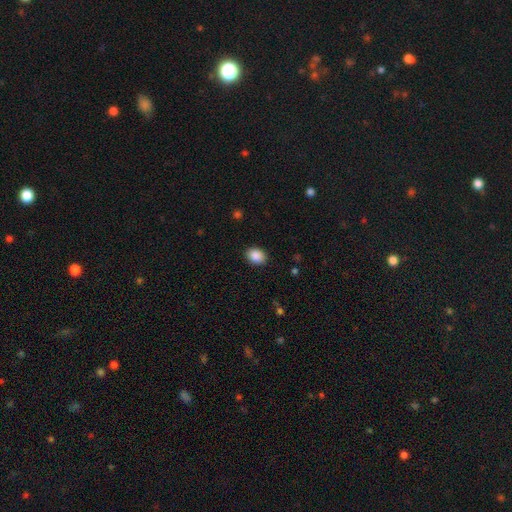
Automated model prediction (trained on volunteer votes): A smooth galaxy with no disk features (89%) that is in between round and cigar-shaped (63%). Merging: none (89%).